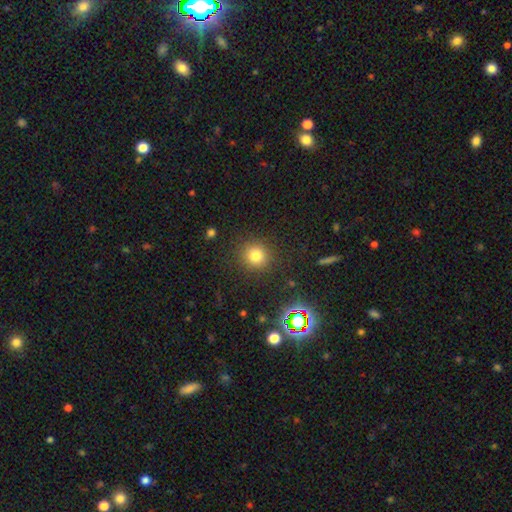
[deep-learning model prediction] Smooth or featured: smooth — 77% (star or artifact — 16%)
How rounded: round — 90% (in between — 9%)
Merging: none — 89% (minor disturbance — 7%)